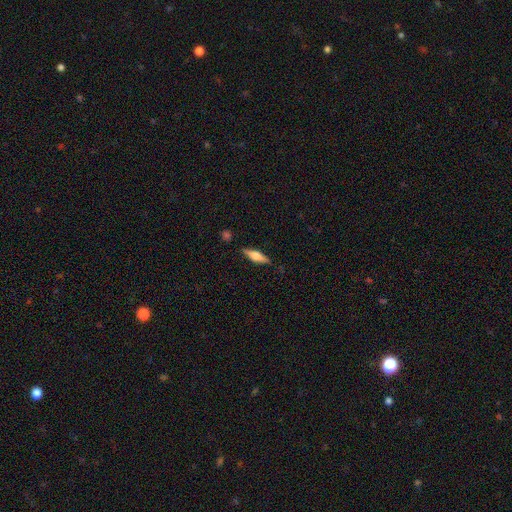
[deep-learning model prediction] Overall: featured or disk (55%; smooth 39%). Edge-on disk: yes (96%). Edge-on bulge: rounded (87%). Merging: none (85%).